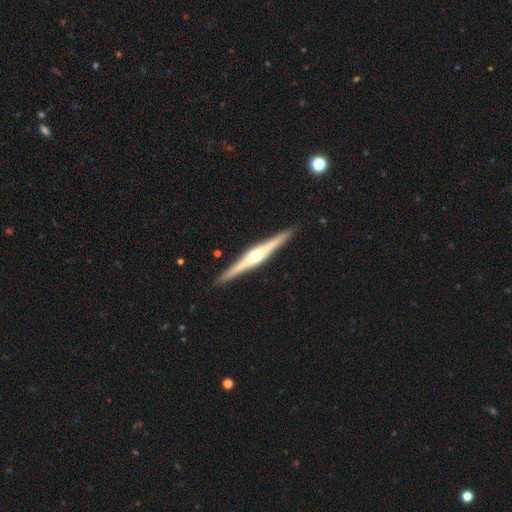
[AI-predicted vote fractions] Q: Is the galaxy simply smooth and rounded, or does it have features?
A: featured or disk — 82%.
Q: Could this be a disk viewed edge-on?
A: yes — 98%.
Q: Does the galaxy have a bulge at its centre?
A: rounded — 91%.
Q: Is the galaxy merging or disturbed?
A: none — 91%.